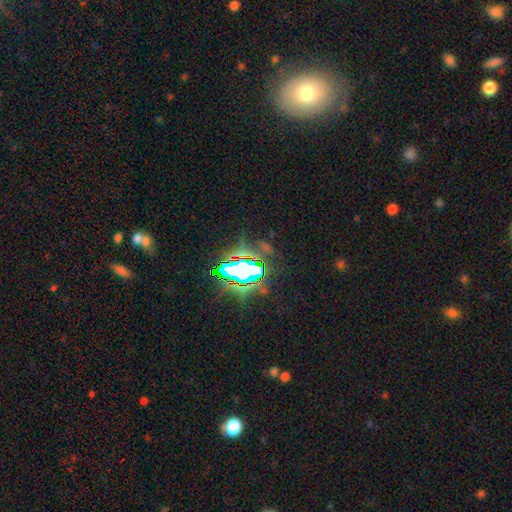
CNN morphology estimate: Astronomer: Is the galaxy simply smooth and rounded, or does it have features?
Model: star or artifact — 73%.